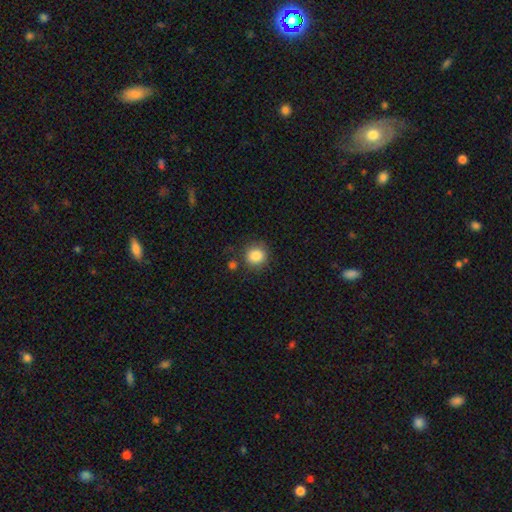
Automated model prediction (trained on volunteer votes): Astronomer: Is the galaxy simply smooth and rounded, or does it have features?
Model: smooth — 86%.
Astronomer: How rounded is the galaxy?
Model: round — 87%.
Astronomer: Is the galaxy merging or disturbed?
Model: none — 80%.